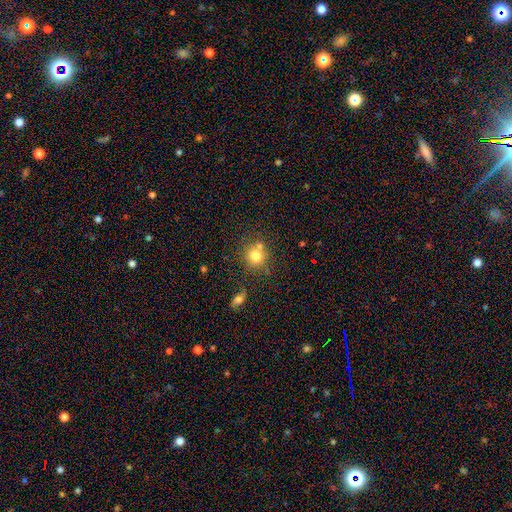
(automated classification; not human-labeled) Smooth or featured: smooth — 76% (star or artifact — 13%)
How rounded: round — 87% (in between — 12%)
Merging: none — 66% (merger — 18%)